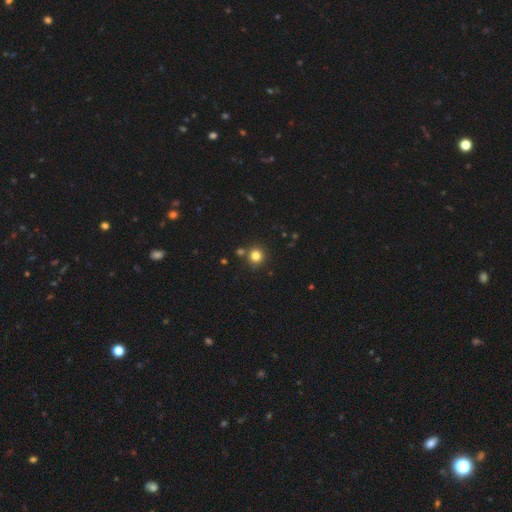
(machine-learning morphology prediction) A smooth galaxy with no disk features (81%) that is round (93%).

Vote fractions:
- Smooth or featured? smooth: 81% / star or artifact: 14% / featured or disk: 5%
- How rounded? round: 93% / in between: 6% / cigar-shaped: 1%
- Merging? none: 82% / merger: 8% / minor disturbance: 7% / major disturbance: 2%